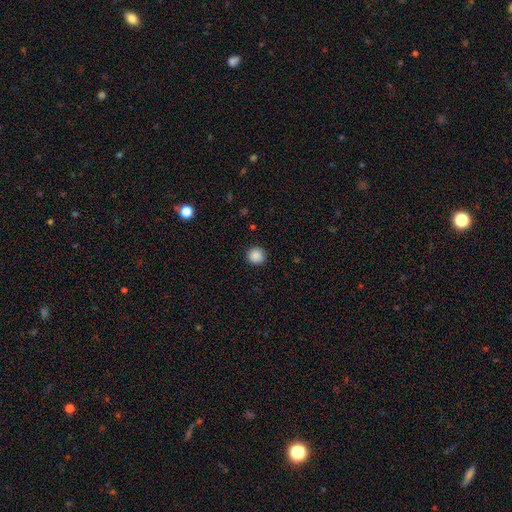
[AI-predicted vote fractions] The model was most divided on "smooth or featured": smooth: 88%, star or artifact: 9%, featured or disk: 3%. More confident: how rounded — round (93%); merging — none (91%).